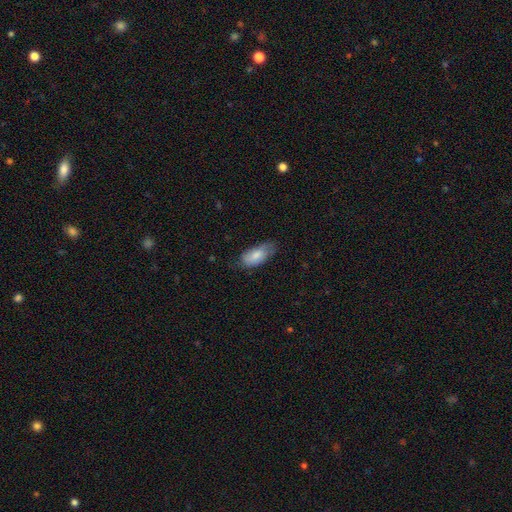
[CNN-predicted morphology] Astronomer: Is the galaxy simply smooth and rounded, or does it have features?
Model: smooth — 79%.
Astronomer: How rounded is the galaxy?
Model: in between — 90%.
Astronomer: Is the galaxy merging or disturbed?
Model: none — 58%.